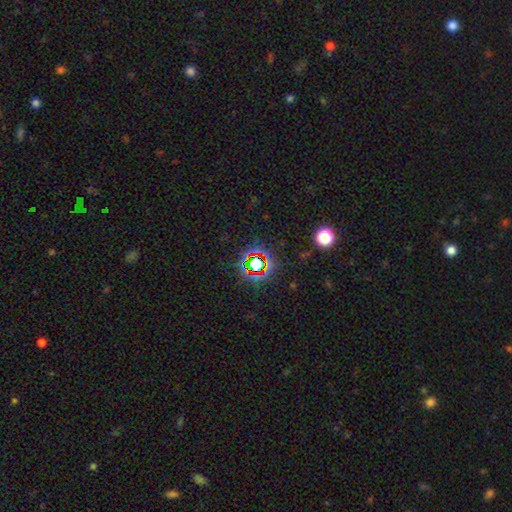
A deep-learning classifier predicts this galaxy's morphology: This appears to be a star or artifact, not a galaxy (76%).